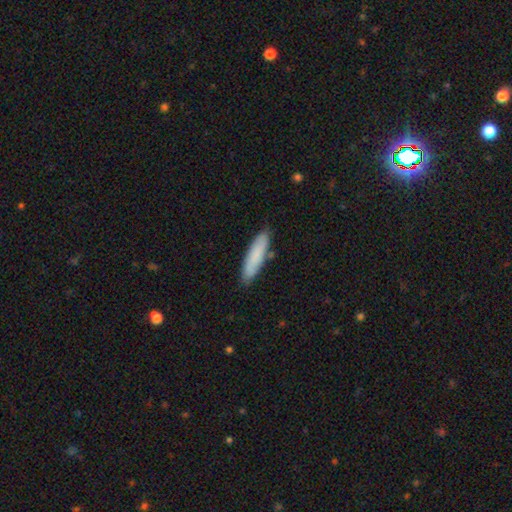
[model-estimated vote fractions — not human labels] A smooth galaxy with no disk features (82%) that is cigar-shaped (76%).

Vote fractions:
- Smooth or featured? smooth: 82% / featured or disk: 12% / star or artifact: 6%
- How rounded? cigar-shaped: 76% / in between: 23% / round: 1%
- Merging? none: 84% / minor disturbance: 11% / merger: 2% / major disturbance: 2%